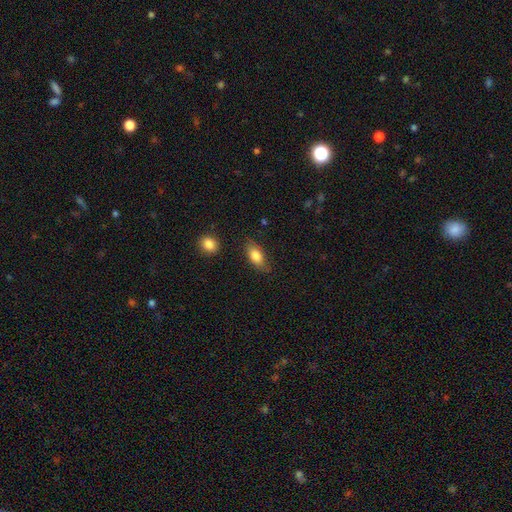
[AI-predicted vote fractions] A smooth galaxy with no disk features (82%) that is in between round and cigar-shaped (86%). Merging: none (77%).